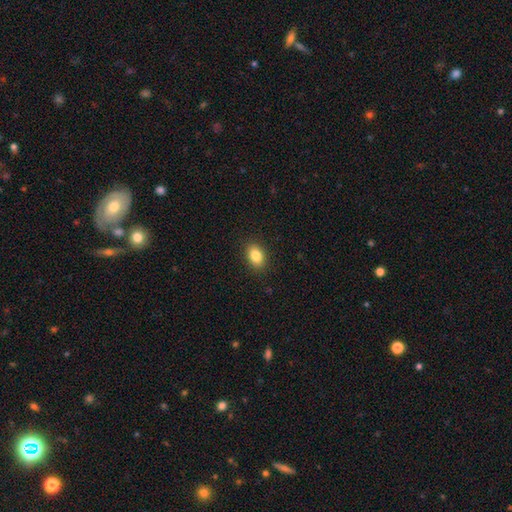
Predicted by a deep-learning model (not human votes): Smooth or featured?
  - smooth: 85% *
  - star or artifact: 9%
  - featured or disk: 6%
How rounded?
  - in between: 81% *
  - round: 18%
  - cigar-shaped: 1%
Merging?
  - none: 89% *
  - minor disturbance: 8%
  - major disturbance: 2%
  - merger: 1%